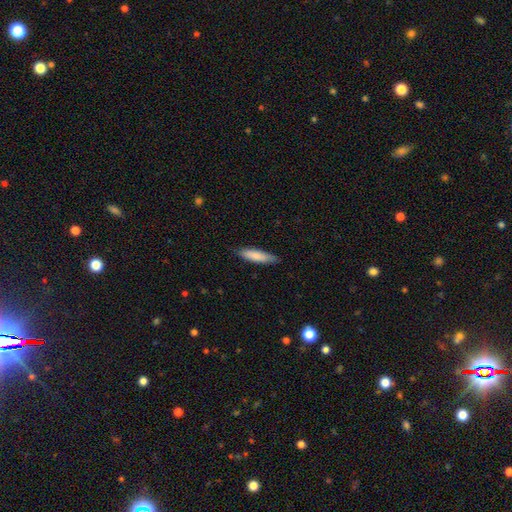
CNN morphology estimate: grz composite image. It shows a smooth galaxy with no disk features (82%) that is cigar-shaped (74%). Merging: none (82%).